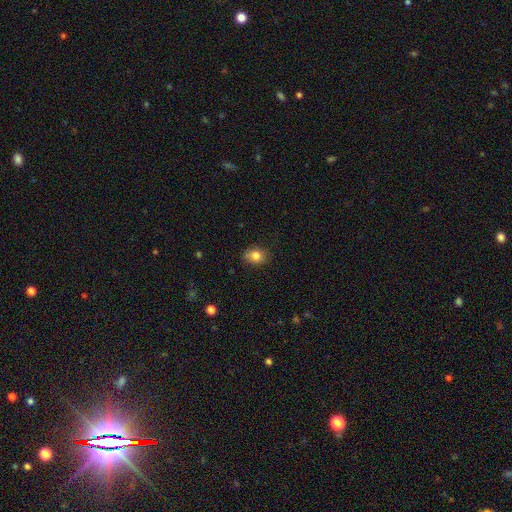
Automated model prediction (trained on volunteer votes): This is clearly a smooth galaxy (82%). How rounded: possibly in between (53%). Merging: likely none (76%).